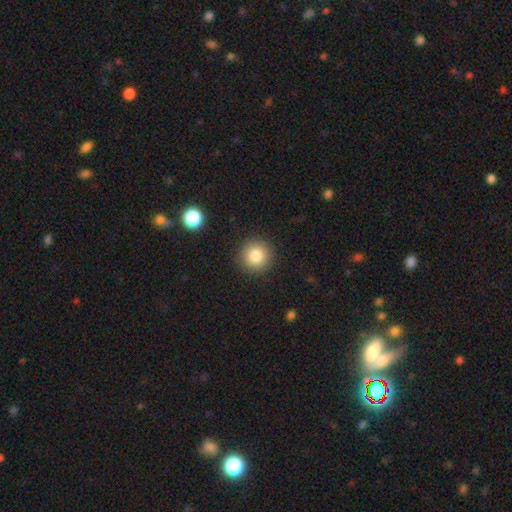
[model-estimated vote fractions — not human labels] Smooth or featured: smooth — 83% (star or artifact — 10%)
How rounded: round — 95% (in between — 4%)
Merging: none — 91% (minor disturbance — 6%)